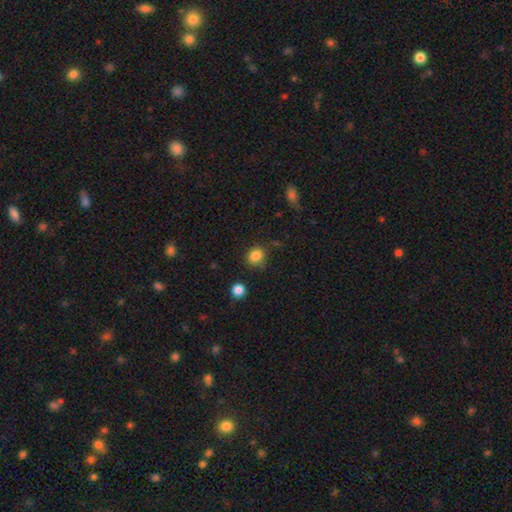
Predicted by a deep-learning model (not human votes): The model was most divided on "how rounded": round: 77%, in between: 23%, cigar-shaped: 1%. More confident: smooth or featured — smooth (84%); merging — none (76%).